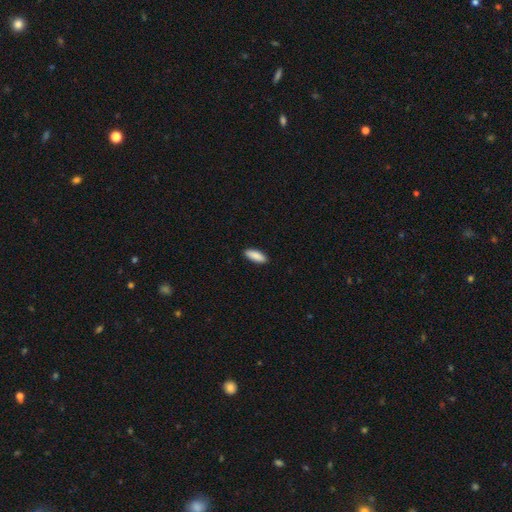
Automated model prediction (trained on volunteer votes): A smooth galaxy with no disk features (90%) that is in between round and cigar-shaped (66%).

Vote fractions:
- Smooth or featured? smooth: 90% / star or artifact: 6% / featured or disk: 5%
- How rounded? in between: 66% / cigar-shaped: 33% / round: 2%
- Merging? none: 90% / minor disturbance: 8% / major disturbance: 2% / merger: 1%